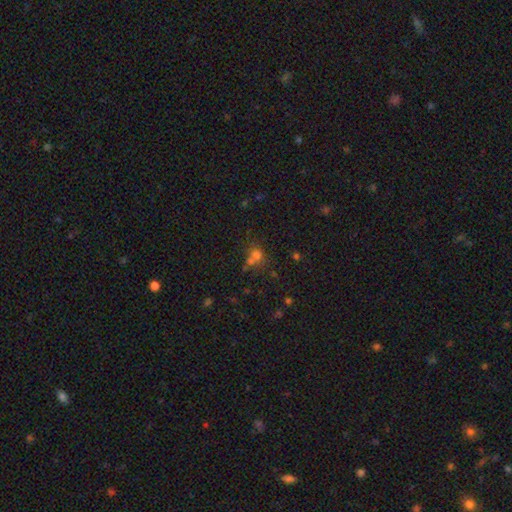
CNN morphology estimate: type=smooth (63%); roundness=round (78%); merging=none (48%).